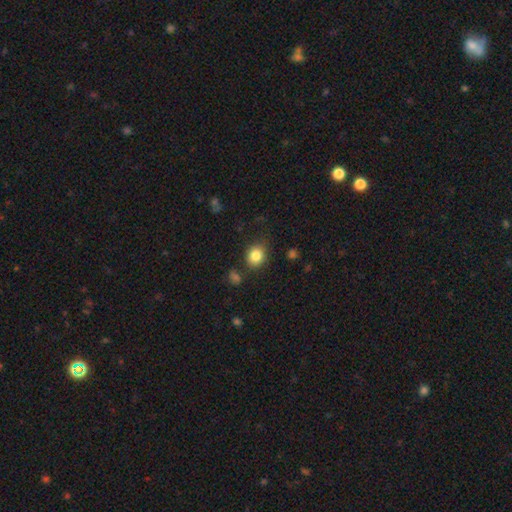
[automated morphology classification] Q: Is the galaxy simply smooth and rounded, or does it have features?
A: smooth — 84%.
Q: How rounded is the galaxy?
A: round — 71%.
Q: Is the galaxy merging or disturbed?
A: none — 80%.